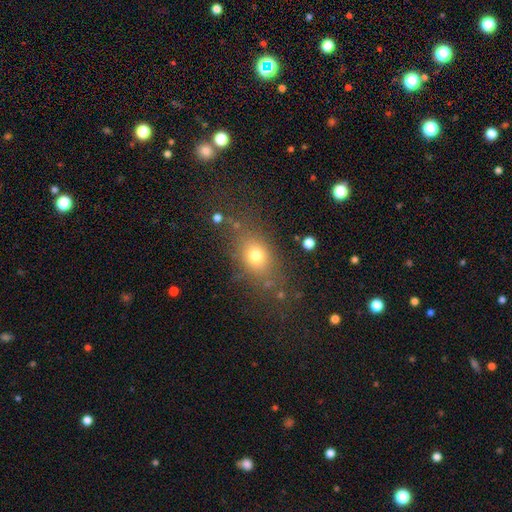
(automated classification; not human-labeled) smooth 71%, star or artifact 15%, featured or disk 13%. Down the decision tree: how rounded — in between (62%); merging — none (70%).